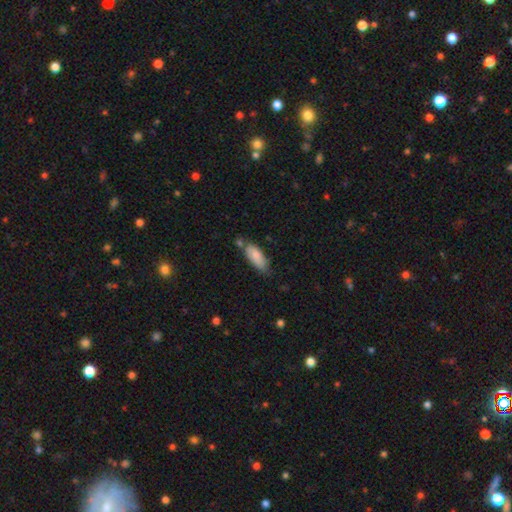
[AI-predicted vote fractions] smooth 80%, featured or disk 14%, star or artifact 6%. Down the decision tree: how rounded — in between (80%); merging — none (58%).